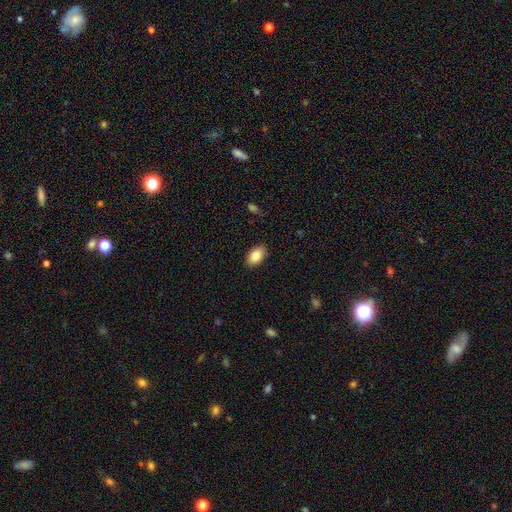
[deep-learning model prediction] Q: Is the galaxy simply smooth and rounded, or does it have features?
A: smooth — 85%.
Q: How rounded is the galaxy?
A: in between — 92%.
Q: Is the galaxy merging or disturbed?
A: none — 88%.